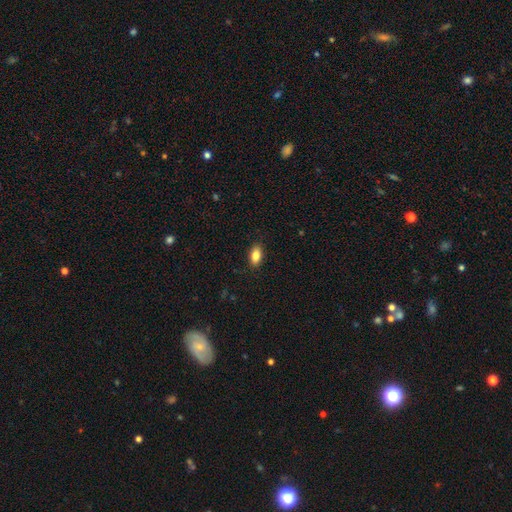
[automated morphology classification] Smooth or featured? Predicted: smooth (p=0.84). How rounded? Predicted: in between (p=0.90). Merging? Predicted: none (p=0.89).